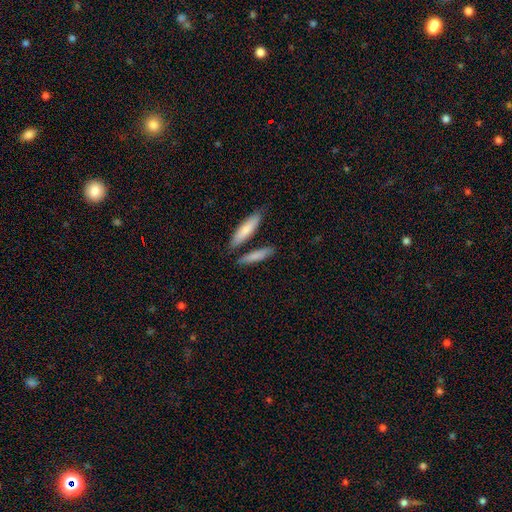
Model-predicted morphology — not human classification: Overall: smooth (78%). How rounded: cigar-shaped (77%). Merging: none (72%).